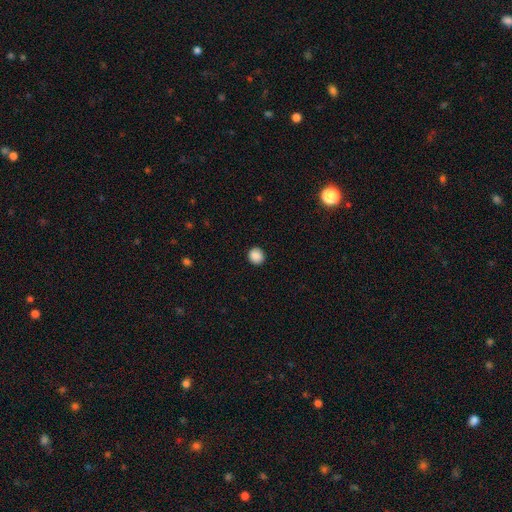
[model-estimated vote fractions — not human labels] Overall: smooth (89%). How rounded: round (87%). Merging: none (91%).